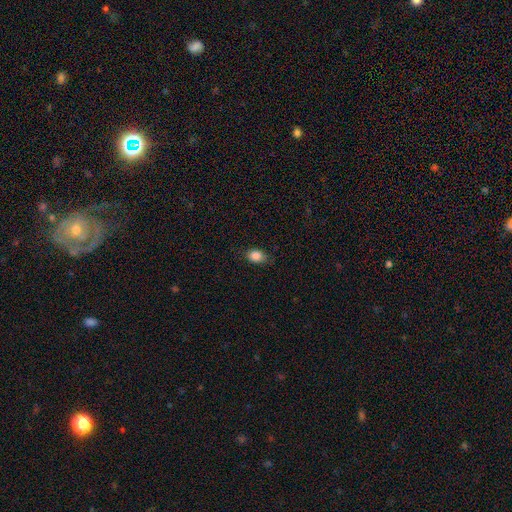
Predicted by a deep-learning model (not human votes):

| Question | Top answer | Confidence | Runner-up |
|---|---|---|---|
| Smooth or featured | smooth | 86% | star or artifact (9%) |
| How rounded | in between | 71% | round (28%) |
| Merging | none | 77% | minor disturbance (18%) |